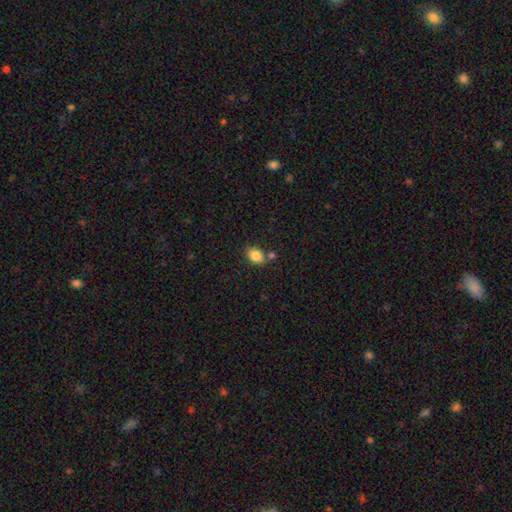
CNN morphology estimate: Smooth or featured?
  - smooth: 84% *
  - star or artifact: 9%
  - featured or disk: 7%
How rounded?
  - in between: 68% *
  - round: 31%
  - cigar-shaped: 1%
Merging?
  - none: 69% *
  - minor disturbance: 15%
  - merger: 13%
  - major disturbance: 3%